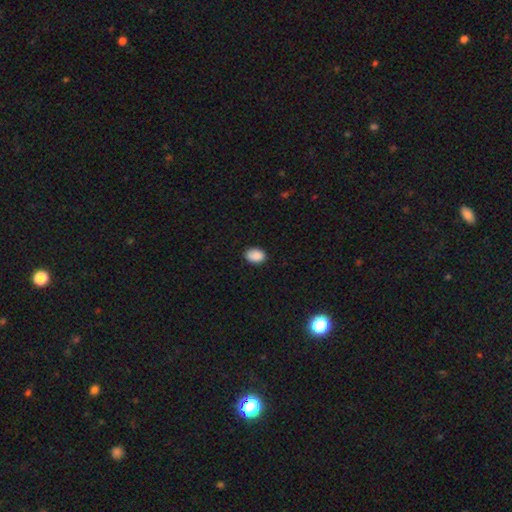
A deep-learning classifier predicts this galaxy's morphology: Smooth or featured: smooth — 89% (star or artifact — 8%)
How rounded: in between — 79% (round — 20%)
Merging: none — 85% (minor disturbance — 12%)